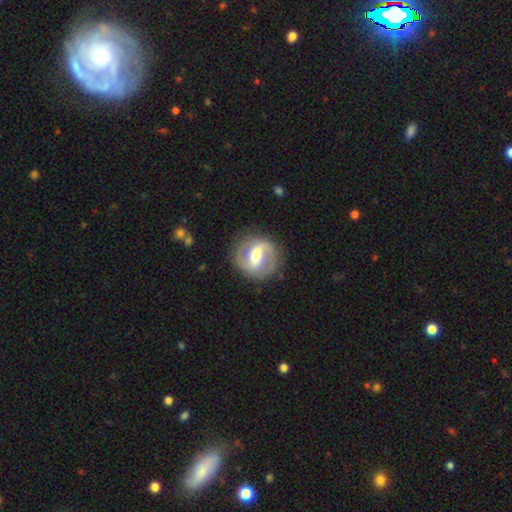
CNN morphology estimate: Q: Smooth or featured?
A: featured or disk (79%); runner-up: smooth (16%)
Q: Edge-on disk?
A: no (97%); runner-up: yes (3%)
Q: Bar?
A: weak (43%); runner-up: strong (40%)
Q: Spiral arms?
A: yes (88%); runner-up: no (12%)
Q: Spiral winding?
A: medium (45%); runner-up: loose (34%)
Q: Spiral arm count?
A: 2 (88%); runner-up: can't tell (5%)
Q: Bulge size?
A: moderate (68%); runner-up: small (22%)
Q: Merging?
A: none (84%); runner-up: minor disturbance (10%)